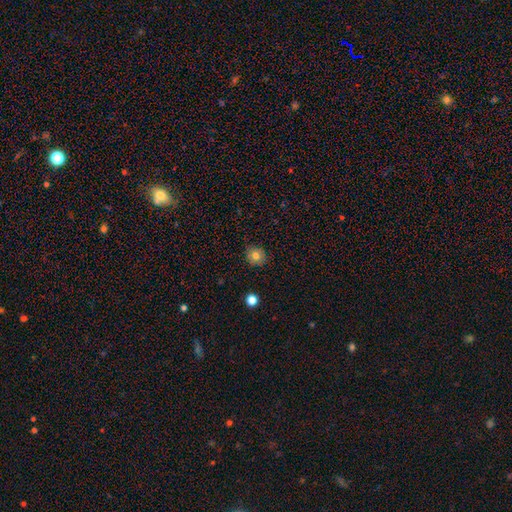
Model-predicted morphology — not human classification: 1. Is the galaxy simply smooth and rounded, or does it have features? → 78% smooth, 12% star or artifact, 10% featured or disk.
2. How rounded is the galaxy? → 86% round, 13% in between, 1% cigar-shaped.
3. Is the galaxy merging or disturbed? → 86% none, 11% minor disturbance, 2% major disturbance, 1% merger.